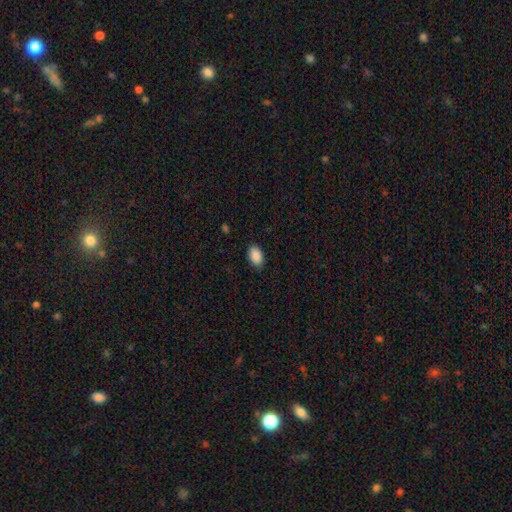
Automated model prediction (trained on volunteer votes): Smooth or featured?
  - smooth: 90% *
  - star or artifact: 7%
  - featured or disk: 3%
How rounded?
  - in between: 90% *
  - round: 8%
  - cigar-shaped: 1%
Merging?
  - none: 87% *
  - minor disturbance: 10%
  - major disturbance: 2%
  - merger: 1%